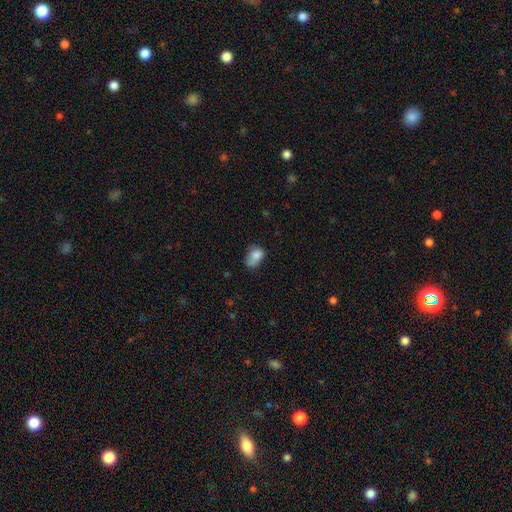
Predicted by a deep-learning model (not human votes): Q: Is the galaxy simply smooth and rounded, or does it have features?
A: smooth — 78%.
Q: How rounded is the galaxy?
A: in between — 75%.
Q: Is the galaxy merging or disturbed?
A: minor disturbance — 39%.